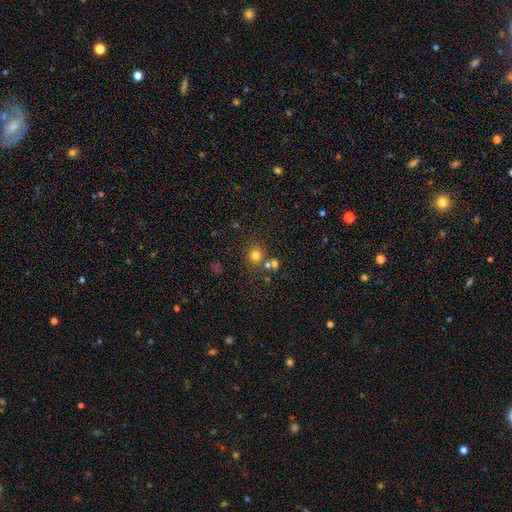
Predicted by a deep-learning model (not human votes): Morphology: type=smooth (76%); roundness=round (87%); merging=none (70%).